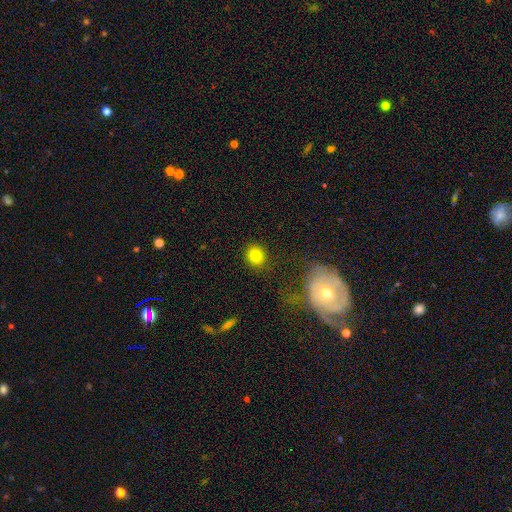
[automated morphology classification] Smooth or featured? Predicted: smooth (p=0.82). How rounded? Predicted: round (p=0.82). Merging? Predicted: none (p=0.88).